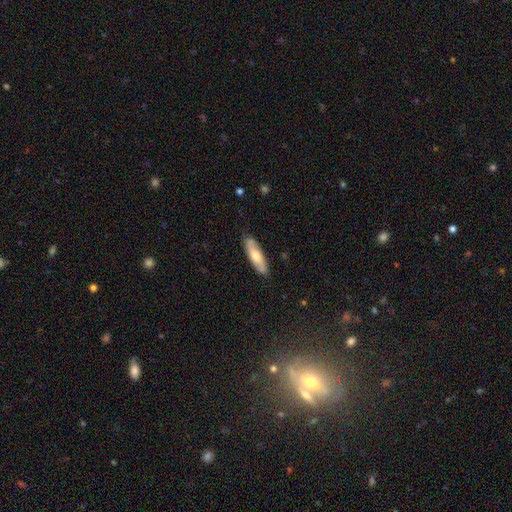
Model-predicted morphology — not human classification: type=smooth (60%); roundness=cigar-shaped (53%); merging=none (84%).